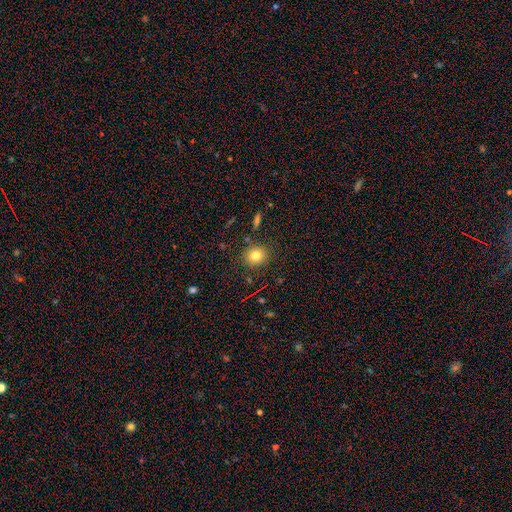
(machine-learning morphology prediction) Smooth or featured? smooth (79%)
How rounded? round (83%)
Merging? none (86%)